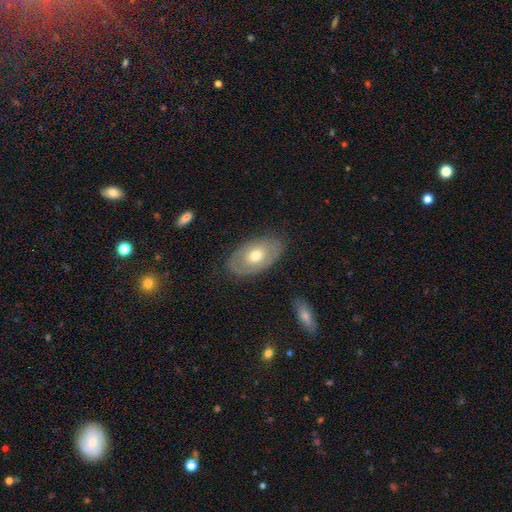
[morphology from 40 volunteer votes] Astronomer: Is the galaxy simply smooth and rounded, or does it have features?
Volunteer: featured or disk — 57% (runner-up: smooth, 40%).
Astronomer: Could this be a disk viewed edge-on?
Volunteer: no — 91%.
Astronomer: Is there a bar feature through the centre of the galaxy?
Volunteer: no — 90%.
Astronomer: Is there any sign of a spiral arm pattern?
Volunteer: no — 71%.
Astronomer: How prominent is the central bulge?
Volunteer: moderate — 81%.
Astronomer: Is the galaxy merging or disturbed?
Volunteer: none — 90%.